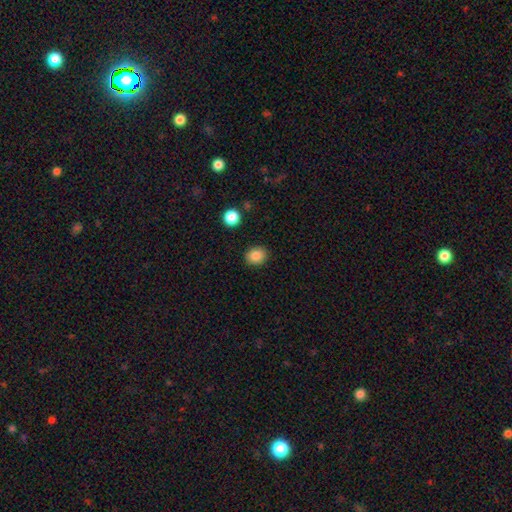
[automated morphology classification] type=smooth (87%); roundness=round (62%); merging=none (89%).